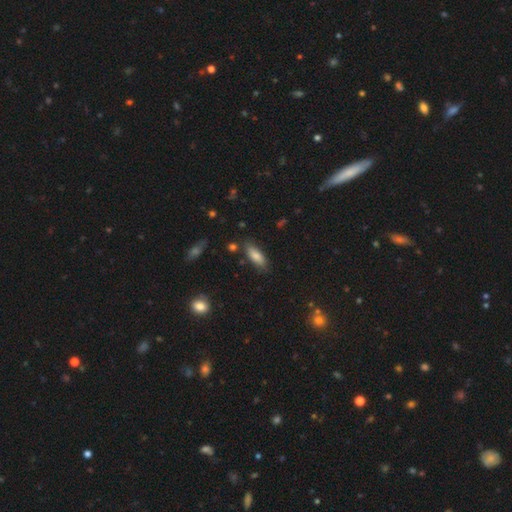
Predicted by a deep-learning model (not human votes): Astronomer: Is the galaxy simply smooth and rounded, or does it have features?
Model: smooth — 81%.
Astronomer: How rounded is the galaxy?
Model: in between — 68%.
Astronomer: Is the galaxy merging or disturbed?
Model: none — 80%.